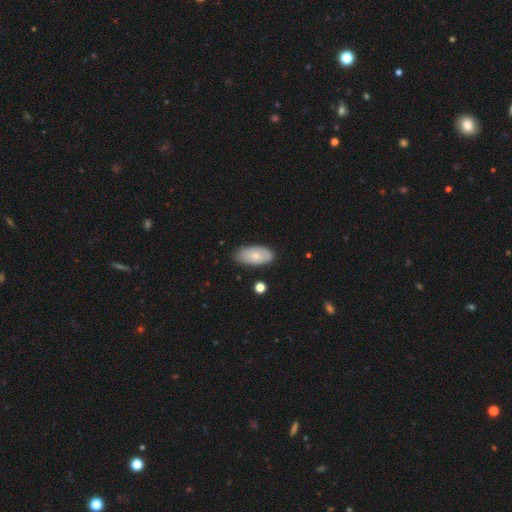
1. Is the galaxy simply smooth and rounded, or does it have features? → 74% smooth, 18% featured or disk, 8% star or artifact.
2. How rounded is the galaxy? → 82% in between, 11% round, 7% cigar-shaped.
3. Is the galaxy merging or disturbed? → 74% none, 17% minor disturbance, 9% major disturbance, 0% merger.